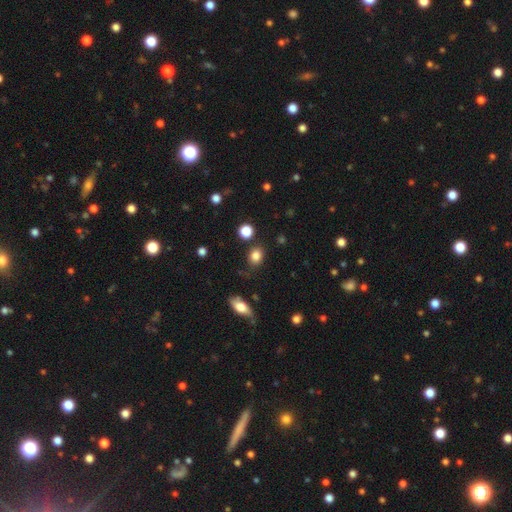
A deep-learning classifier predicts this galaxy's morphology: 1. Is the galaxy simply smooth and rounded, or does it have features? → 84% smooth, 11% star or artifact, 5% featured or disk.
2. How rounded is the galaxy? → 59% round, 39% in between, 2% cigar-shaped.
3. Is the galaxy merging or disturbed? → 81% none, 11% minor disturbance, 4% merger, 3% major disturbance.